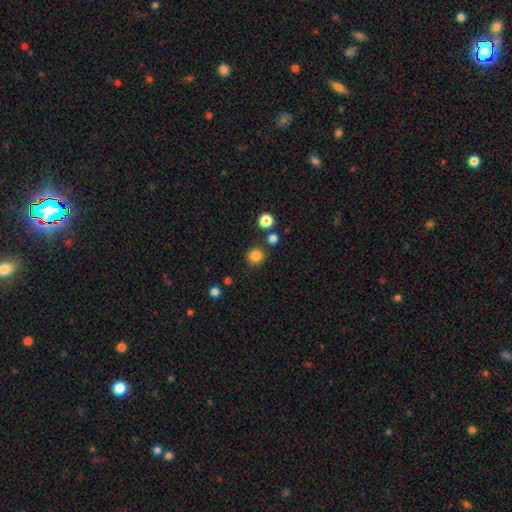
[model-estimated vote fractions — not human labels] Smooth or featured?
  - smooth: 84% *
  - star or artifact: 12%
  - featured or disk: 4%
How rounded?
  - round: 93% *
  - in between: 6%
  - cigar-shaped: 1%
Merging?
  - none: 86% *
  - minor disturbance: 7%
  - merger: 5%
  - major disturbance: 2%